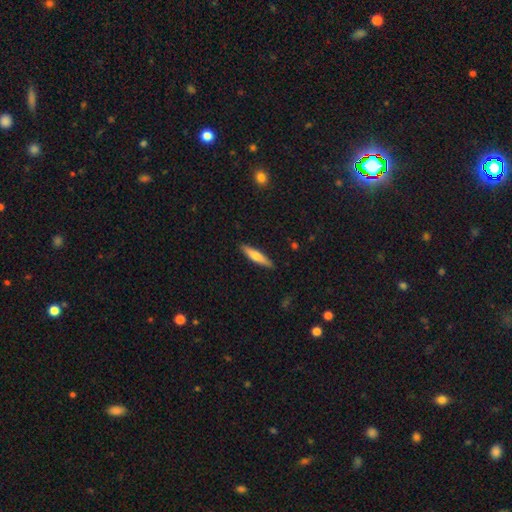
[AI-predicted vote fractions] Morphology: type=smooth (62%); roundness=cigar-shaped (83%); merging=none (90%).